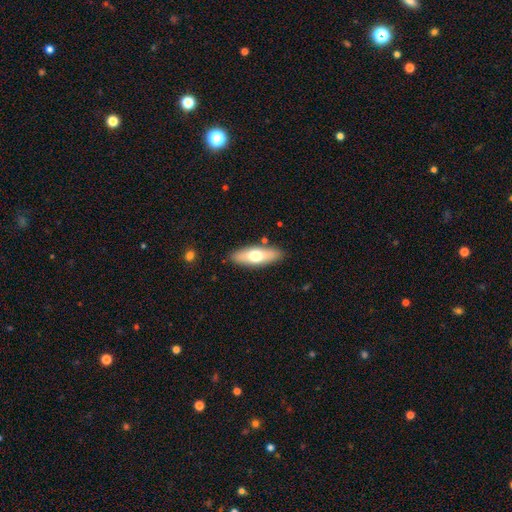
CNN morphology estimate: Q: Smooth or featured?
A: smooth (61%); runner-up: featured or disk (33%)
Q: How rounded?
A: in between (60%); runner-up: cigar-shaped (37%)
Q: Merging?
A: none (86%); runner-up: minor disturbance (10%)